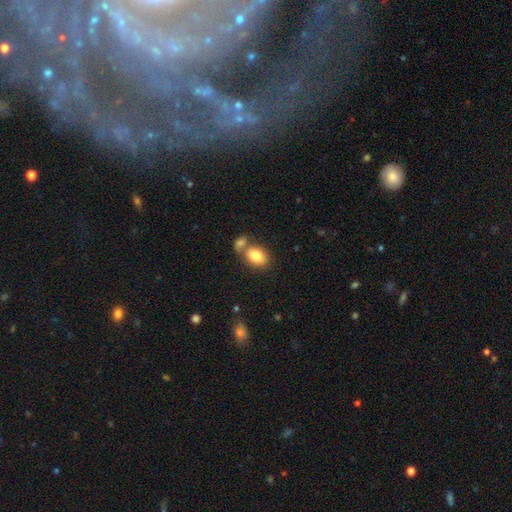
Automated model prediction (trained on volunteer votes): A smooth galaxy with no disk features (82%) that is in between round and cigar-shaped (80%). Merging: none (47%).